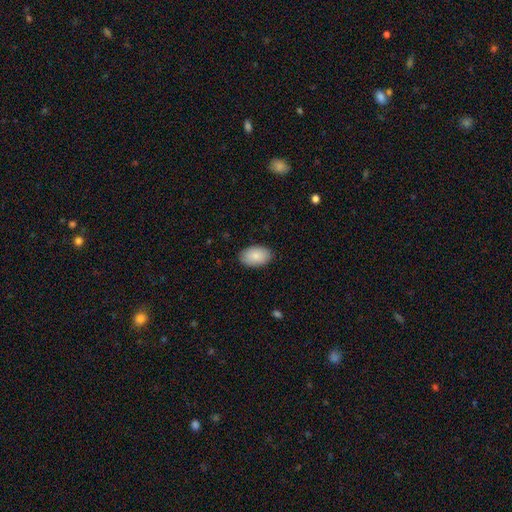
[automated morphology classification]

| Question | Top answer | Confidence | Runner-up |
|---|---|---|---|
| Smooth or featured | smooth | 87% | featured or disk (7%) |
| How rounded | in between | 93% | round (6%) |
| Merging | none | 88% | minor disturbance (9%) |